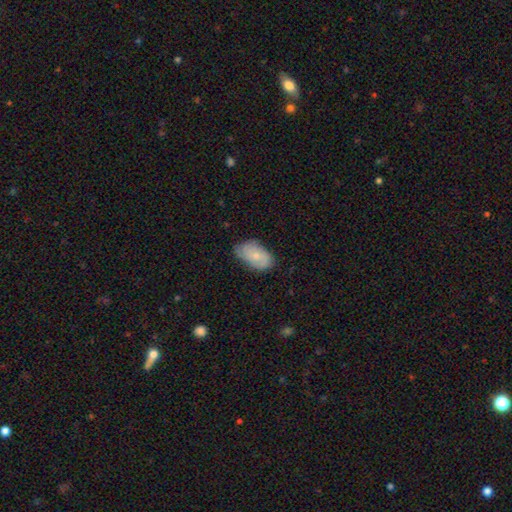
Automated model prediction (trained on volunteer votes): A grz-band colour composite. It shows a smooth galaxy with no disk features (62%) that is in between round and cigar-shaped (91%). Merging: none (63%).